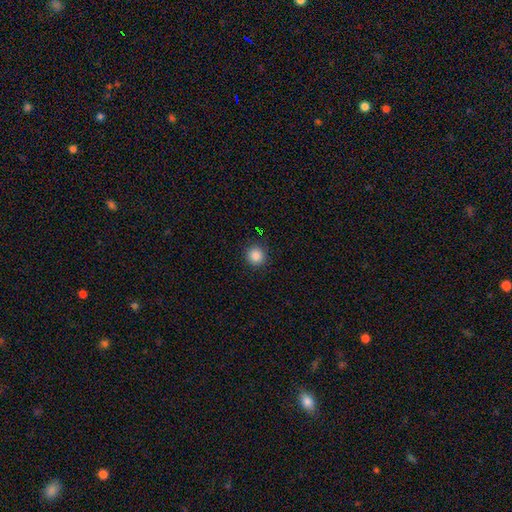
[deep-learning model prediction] smooth 87%, star or artifact 10%, featured or disk 3%. Down the decision tree: how rounded — round (94%); merging — none (91%).